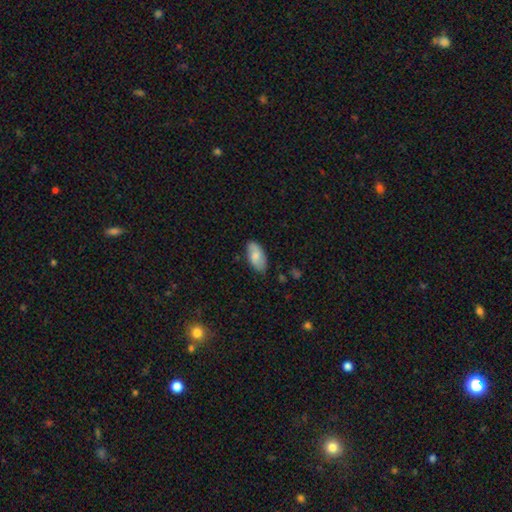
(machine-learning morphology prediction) Smooth or featured: smooth — 71% (featured or disk — 23%)
How rounded: in between — 93% (cigar-shaped — 4%)
Merging: none — 77% (minor disturbance — 18%)